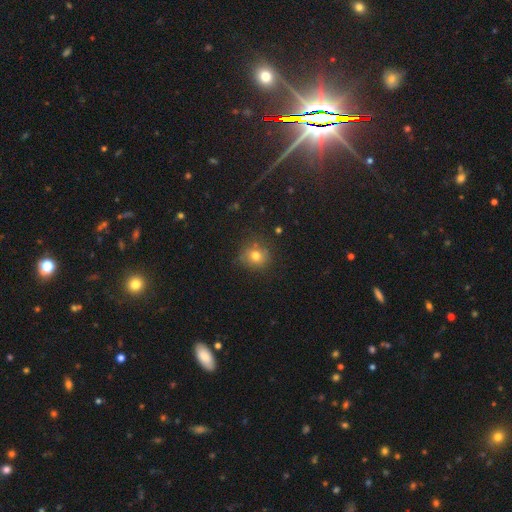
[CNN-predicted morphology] This appears to be a smooth galaxy with no disk features (75%) that is round (83%). Merging: none (75%).